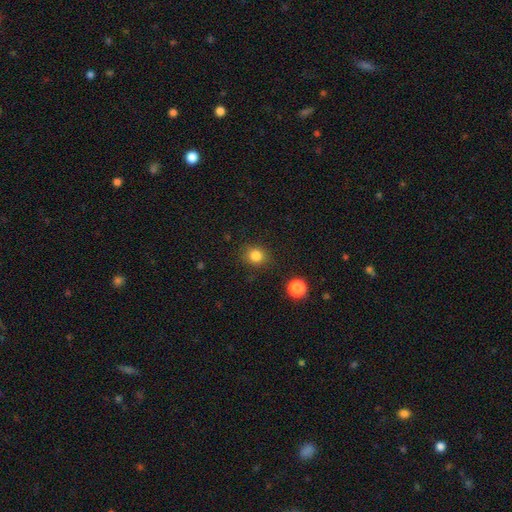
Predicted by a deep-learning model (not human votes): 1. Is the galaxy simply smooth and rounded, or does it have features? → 83% smooth, 12% star or artifact, 5% featured or disk.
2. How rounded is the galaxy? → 81% round, 18% in between, 1% cigar-shaped.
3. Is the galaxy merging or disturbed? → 86% none, 9% minor disturbance, 3% major disturbance, 2% merger.